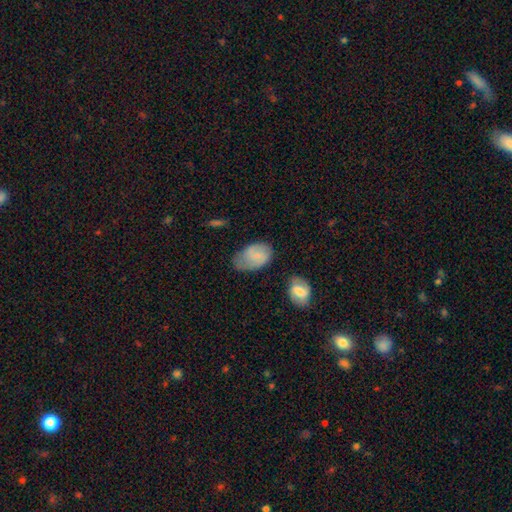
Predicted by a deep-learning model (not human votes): smooth 63%, featured or disk 30%, star or artifact 7%. Down the decision tree: how rounded — in between (88%); merging — none (52%).